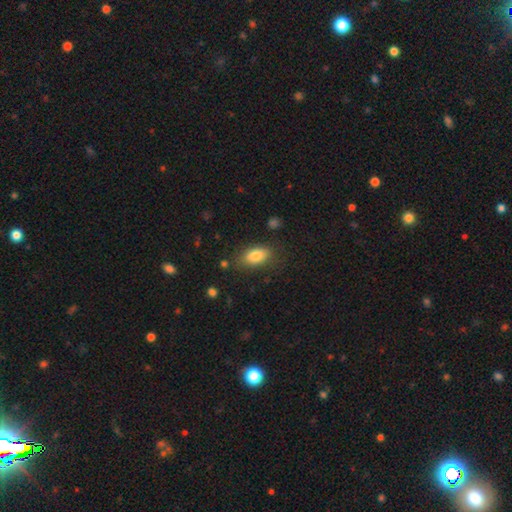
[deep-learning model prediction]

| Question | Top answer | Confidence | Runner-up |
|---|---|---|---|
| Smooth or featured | smooth | 83% | featured or disk (10%) |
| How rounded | in between | 89% | round (6%) |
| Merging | none | 79% | minor disturbance (15%) |